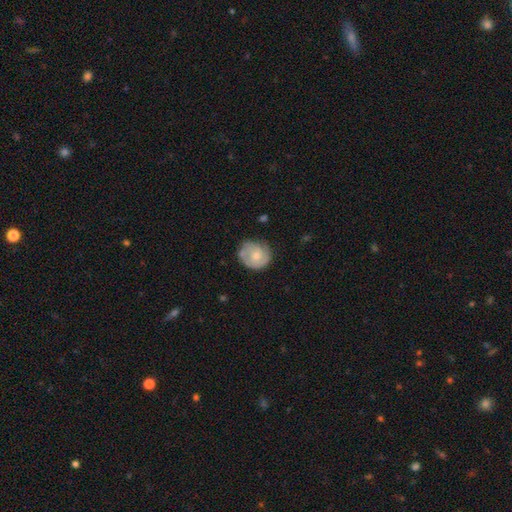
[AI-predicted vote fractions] featured or disk 49%, smooth 45%, star or artifact 6%. Down the decision tree: merging — none (64%).